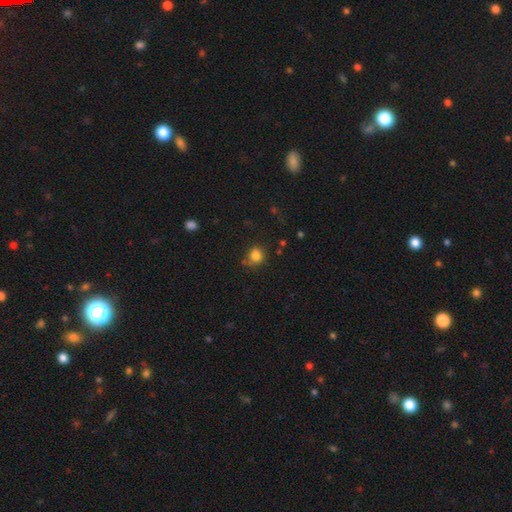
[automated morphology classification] A smooth galaxy with no disk features (83%) that is round (83%).

Vote fractions:
- Smooth or featured? smooth: 83% / star or artifact: 12% / featured or disk: 5%
- How rounded? round: 83% / in between: 16% / cigar-shaped: 1%
- Merging? none: 70% / minor disturbance: 18% / merger: 6% / major disturbance: 5%